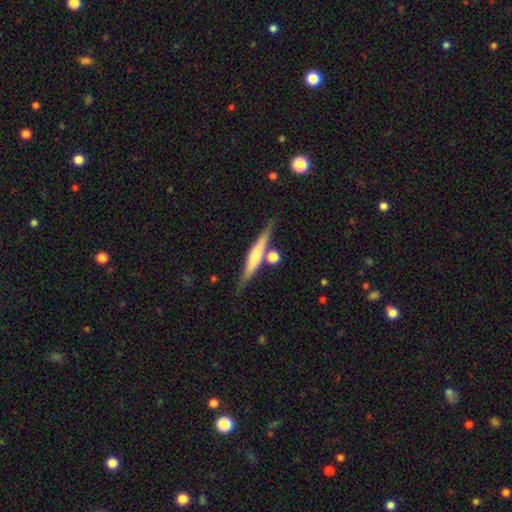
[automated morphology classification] The model was most divided on "smooth or featured": featured or disk: 50%, smooth: 43%, star or artifact: 7%. More confident: edge-on disk — yes (95%); merging — none (74%).